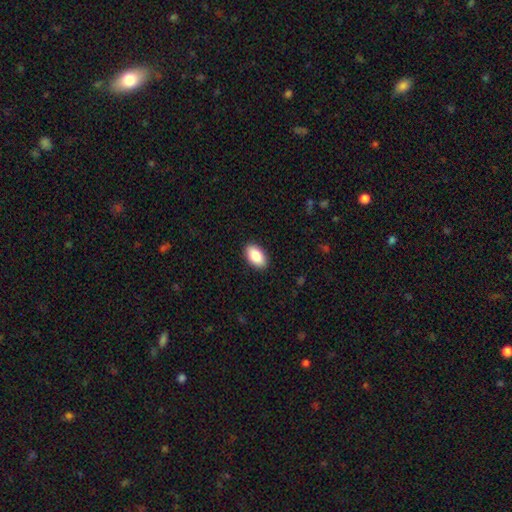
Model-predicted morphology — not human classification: smooth 85%, featured or disk 8%, star or artifact 7%. Down the decision tree: how rounded — in between (93%); merging — none (90%).